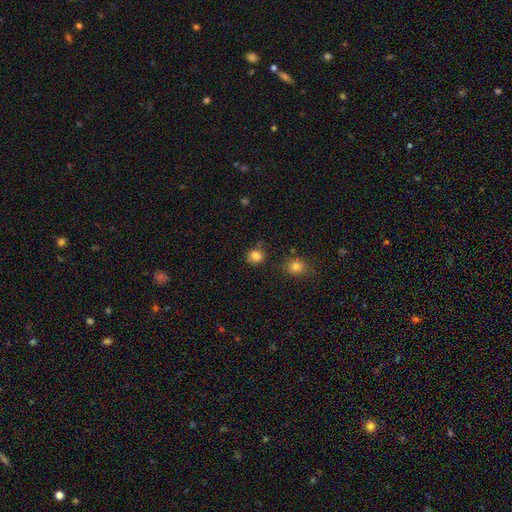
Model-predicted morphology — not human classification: Q: Smooth or featured?
A: smooth (83%); runner-up: star or artifact (12%)
Q: How rounded?
A: round (78%); runner-up: in between (21%)
Q: Merging?
A: none (74%); runner-up: minor disturbance (16%)